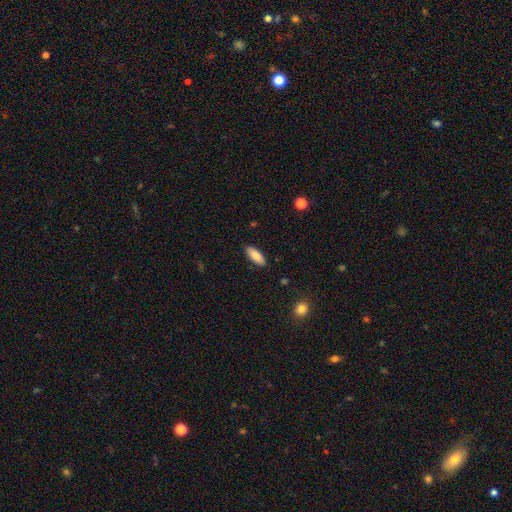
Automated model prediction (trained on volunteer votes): Smooth or featured?
  - smooth: 84% *
  - featured or disk: 10%
  - star or artifact: 6%
How rounded?
  - in between: 74% *
  - cigar-shaped: 24%
  - round: 2%
Merging?
  - none: 89% *
  - minor disturbance: 8%
  - major disturbance: 2%
  - merger: 1%